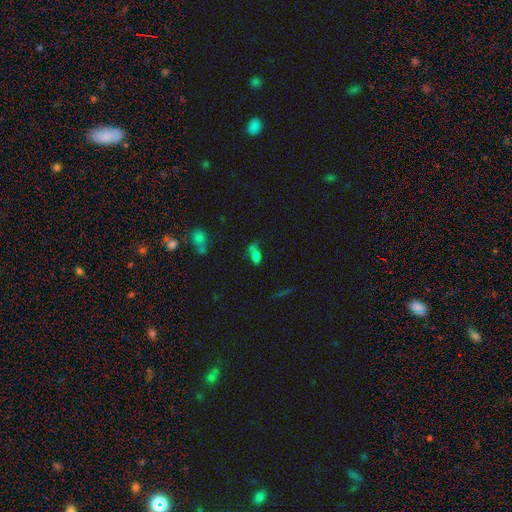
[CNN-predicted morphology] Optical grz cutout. It shows a smooth galaxy with no disk features (68%) that is in between round and cigar-shaped (79%). Merging: none (36%).